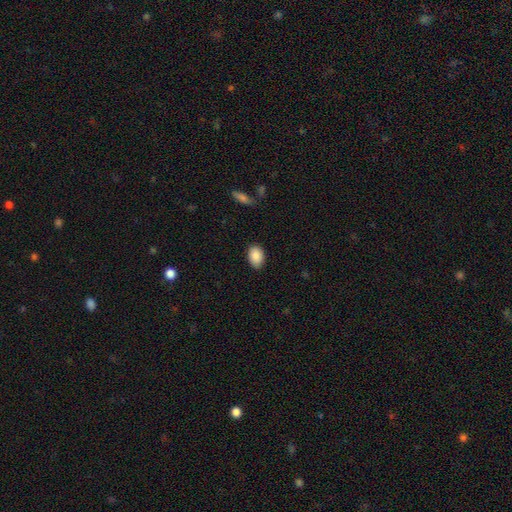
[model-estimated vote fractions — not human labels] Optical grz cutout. It shows a smooth galaxy with no disk features (89%) that is in between round and cigar-shaped (83%). Merging: none (84%).